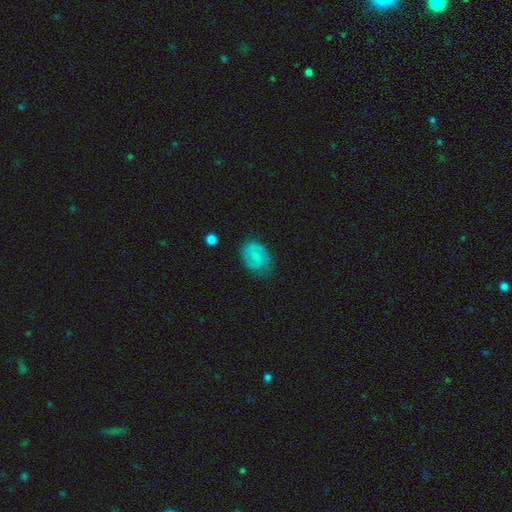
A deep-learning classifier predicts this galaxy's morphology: Smooth or featured: smooth — 50% (featured or disk — 41%)
How rounded: in between — 69% (round — 30%)
Merging: none — 67% (minor disturbance — 24%)